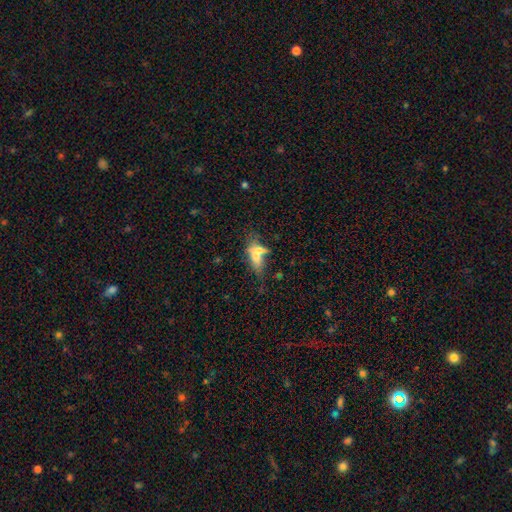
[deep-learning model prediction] This appears to be a smooth galaxy with no disk features (57%) that is in between round and cigar-shaped (70%). Merging: merger (42%).